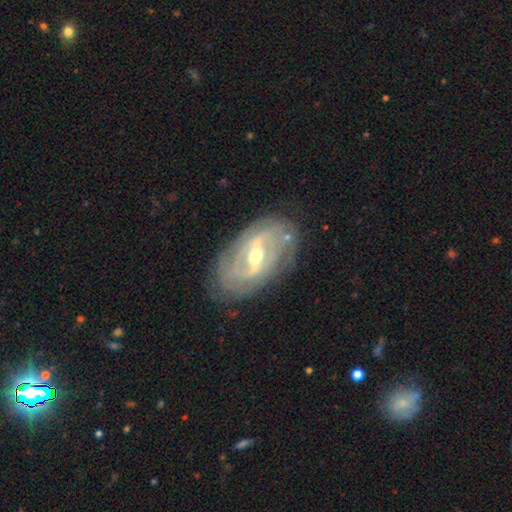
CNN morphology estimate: This appears to be a featured or disk galaxy (86%) with a strong bar (54%), 2 (45%) tight (60%) spiral arms (84%) and a moderate central bulge (64%). Merging: none (77%).